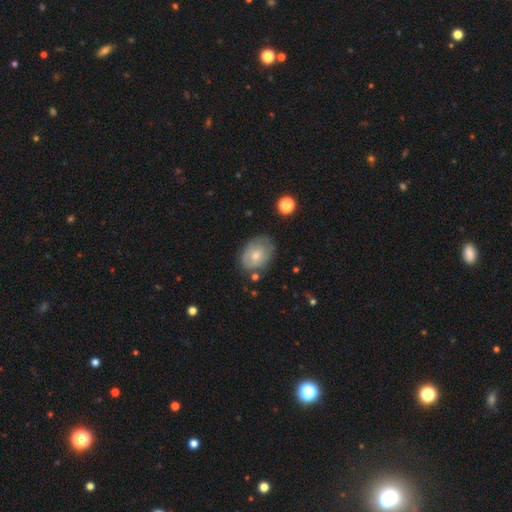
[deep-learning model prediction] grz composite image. It shows a smooth galaxy with no disk features (58%) that is in between round and cigar-shaped (73%). Merging: none (62%).